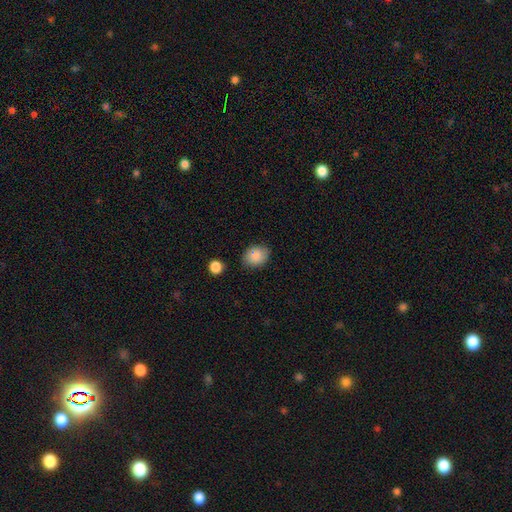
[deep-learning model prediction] smooth_or_featured: smooth (p=0.86) [alt: star or artifact p=0.08]
how_rounded: in between (p=0.60) [alt: round p=0.39]
merging: none (p=0.78) [alt: minor disturbance p=0.16]